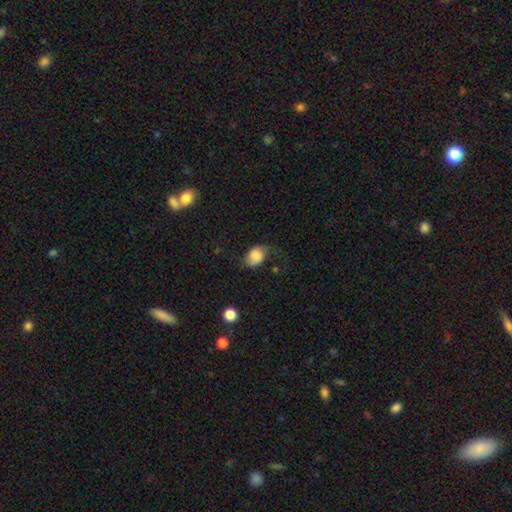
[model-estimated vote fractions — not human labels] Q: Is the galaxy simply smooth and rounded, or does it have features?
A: smooth — 73%.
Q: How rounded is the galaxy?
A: in between — 70%.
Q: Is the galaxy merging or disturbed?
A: none — 55%.